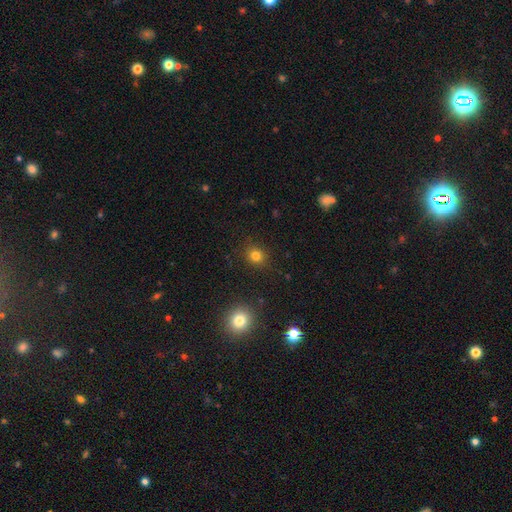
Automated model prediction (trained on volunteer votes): This appears to be a smooth galaxy with no disk features (79%) that is round (79%). Merging: none (87%).